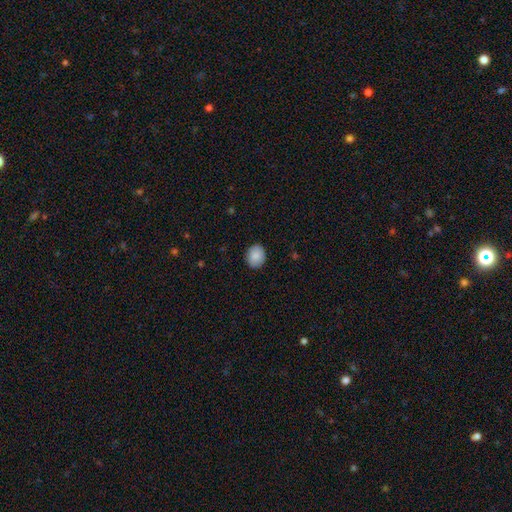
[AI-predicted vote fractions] Q: Smooth or featured?
A: smooth (88%); runner-up: star or artifact (7%)
Q: How rounded?
A: round (57%); runner-up: in between (42%)
Q: Merging?
A: none (89%); runner-up: minor disturbance (8%)